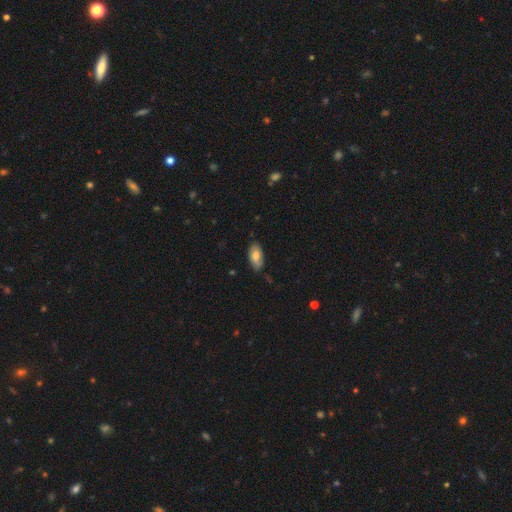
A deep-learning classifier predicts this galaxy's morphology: Smooth or featured?
  - smooth: 75% *
  - featured or disk: 18%
  - star or artifact: 7%
How rounded?
  - in between: 93% *
  - cigar-shaped: 4%
  - round: 3%
Merging?
  - none: 77% *
  - minor disturbance: 18%
  - major disturbance: 2%
  - merger: 2%